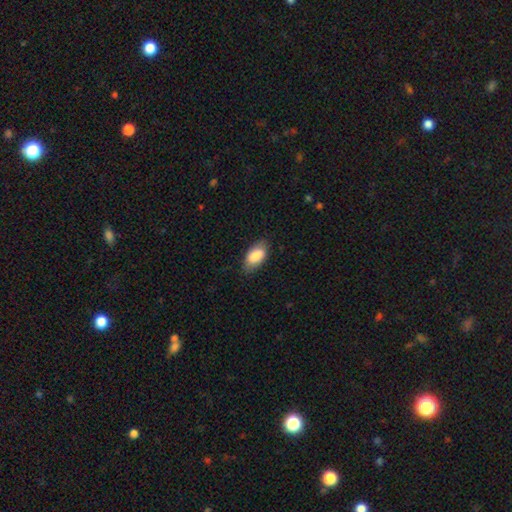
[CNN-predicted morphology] This is clearly a smooth galaxy (86%). How rounded: clearly in between (92%). Merging: likely none (77%).